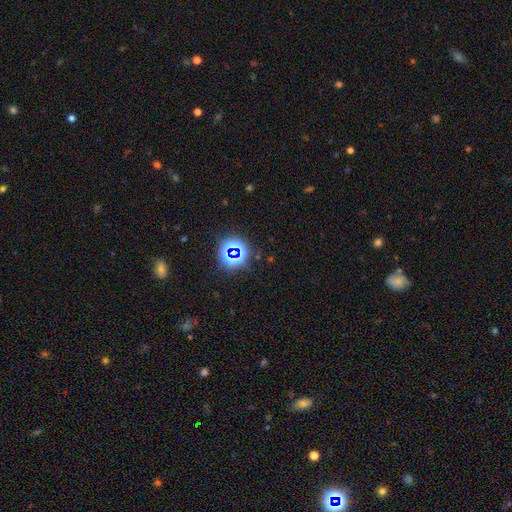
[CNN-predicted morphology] smooth-or-featured: star or artifact: 75% | smooth: 16% | featured or disk: 8%